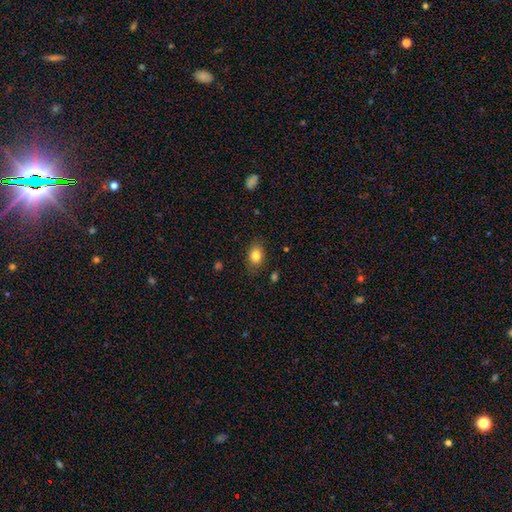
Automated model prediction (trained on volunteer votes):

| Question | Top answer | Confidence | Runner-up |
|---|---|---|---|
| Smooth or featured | smooth | 83% | star or artifact (9%) |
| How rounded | in between | 78% | round (21%) |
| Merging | none | 82% | minor disturbance (13%) |